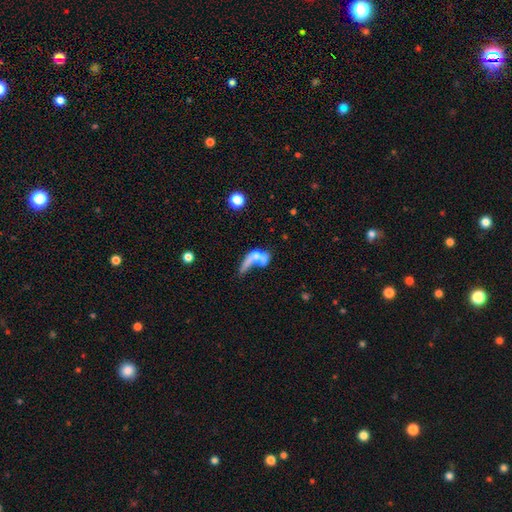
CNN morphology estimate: Smooth or featured? smooth (48%)
Merging? merger (53%)